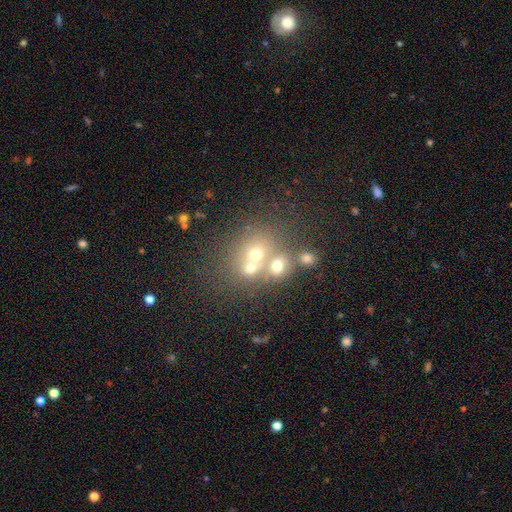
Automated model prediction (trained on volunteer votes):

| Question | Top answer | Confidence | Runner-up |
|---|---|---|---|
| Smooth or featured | smooth | 47% | featured or disk (28%) |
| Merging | merger | 49% | none (37%) |